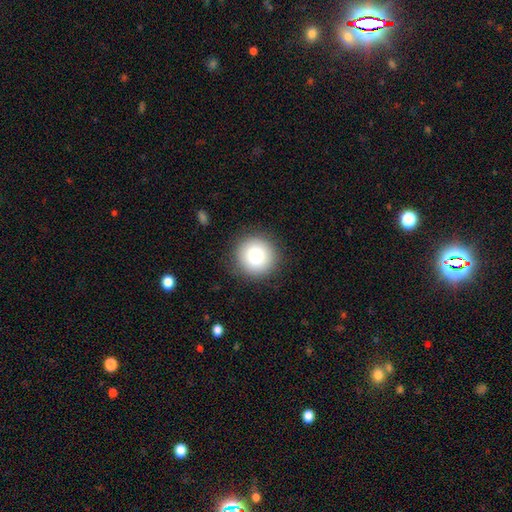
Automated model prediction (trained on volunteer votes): The model was most divided on "smooth or featured": smooth: 84%, star or artifact: 9%, featured or disk: 7%. More confident: how rounded — round (94%); merging — none (89%).